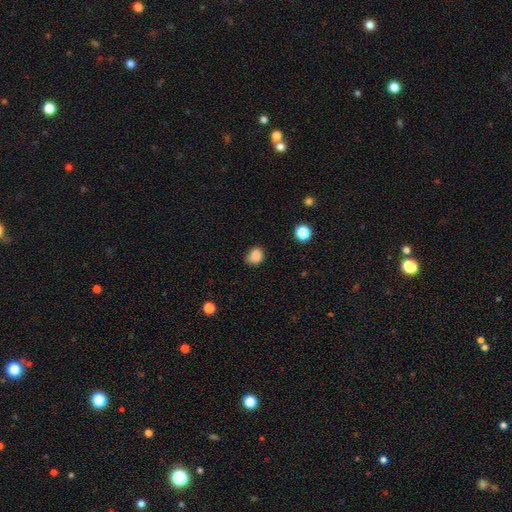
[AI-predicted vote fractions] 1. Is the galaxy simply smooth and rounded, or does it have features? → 85% smooth, 11% star or artifact, 4% featured or disk.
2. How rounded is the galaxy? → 60% round, 40% in between, 1% cigar-shaped.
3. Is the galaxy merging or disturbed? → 66% none, 27% minor disturbance, 5% major disturbance, 2% merger.